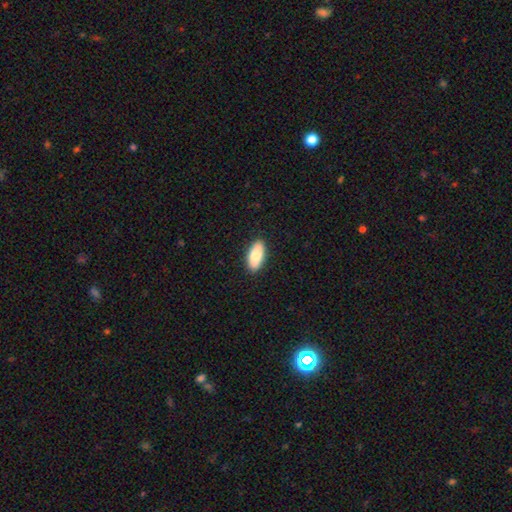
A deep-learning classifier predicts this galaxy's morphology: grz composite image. It shows a smooth galaxy with no disk features (84%) that is in between round and cigar-shaped (89%). Merging: none (89%).